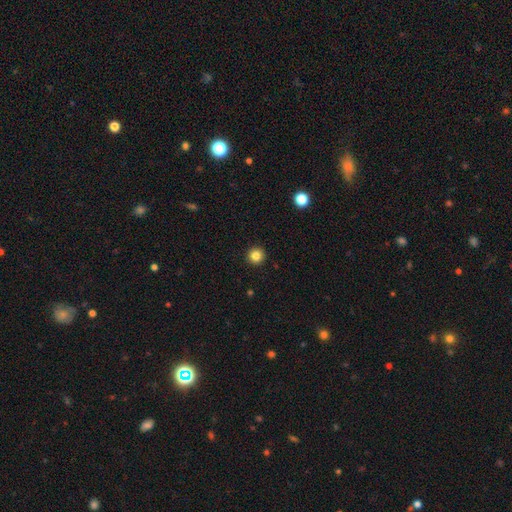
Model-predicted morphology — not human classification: smooth_or_featured: smooth (p=0.84) [alt: star or artifact p=0.11]
how_rounded: round (p=0.96) [alt: in between p=0.03]
merging: none (p=0.94) [alt: minor disturbance p=0.04]